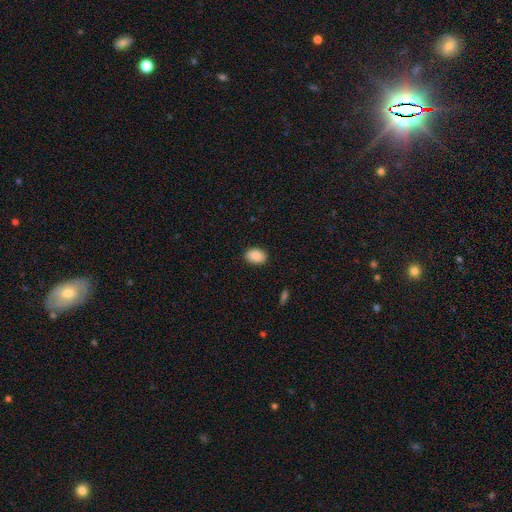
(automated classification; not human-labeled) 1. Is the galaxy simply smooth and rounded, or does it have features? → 89% smooth, 7% star or artifact, 4% featured or disk.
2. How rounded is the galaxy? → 80% in between, 19% round, 1% cigar-shaped.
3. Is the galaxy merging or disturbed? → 89% none, 8% minor disturbance, 2% major disturbance, 1% merger.